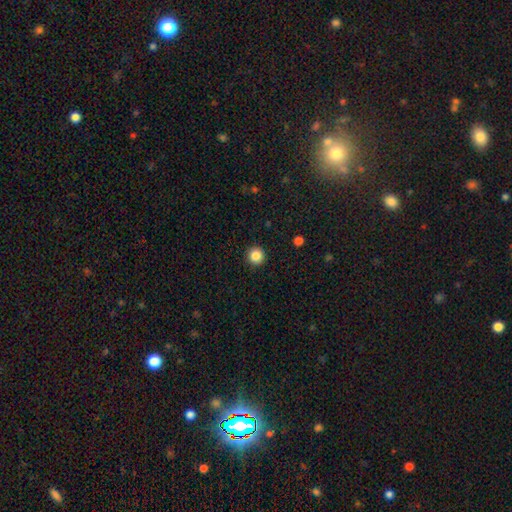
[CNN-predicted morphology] This appears to be a smooth galaxy with no disk features (85%) that is round (95%). Merging: none (93%).